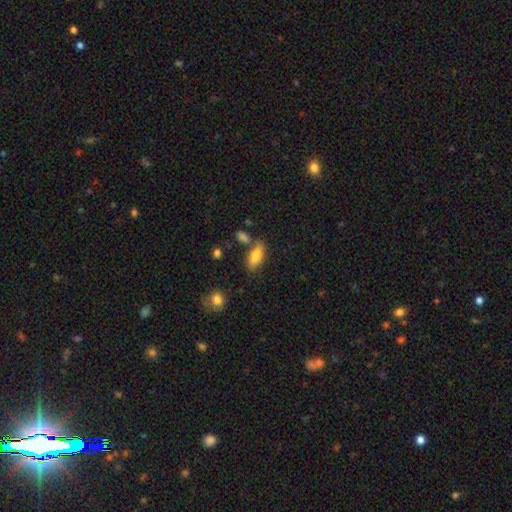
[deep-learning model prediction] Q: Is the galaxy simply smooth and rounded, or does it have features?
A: smooth — 81%.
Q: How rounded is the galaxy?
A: in between — 85%.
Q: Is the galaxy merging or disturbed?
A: none — 71%.